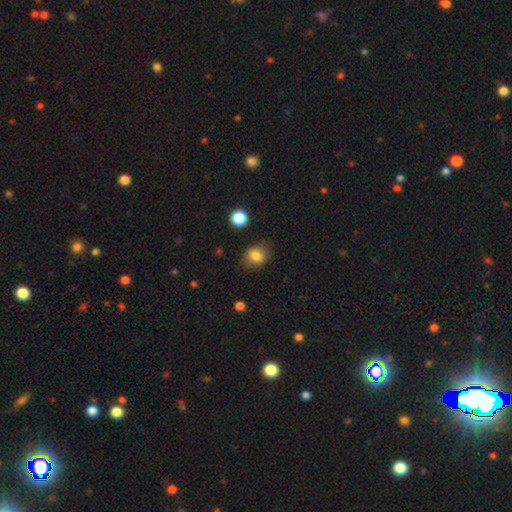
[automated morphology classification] Smooth or featured?
  - smooth: 82% *
  - star or artifact: 10%
  - featured or disk: 8%
How rounded?
  - round: 54% *
  - in between: 45%
  - cigar-shaped: 1%
Merging?
  - none: 78% *
  - minor disturbance: 16%
  - major disturbance: 5%
  - merger: 2%